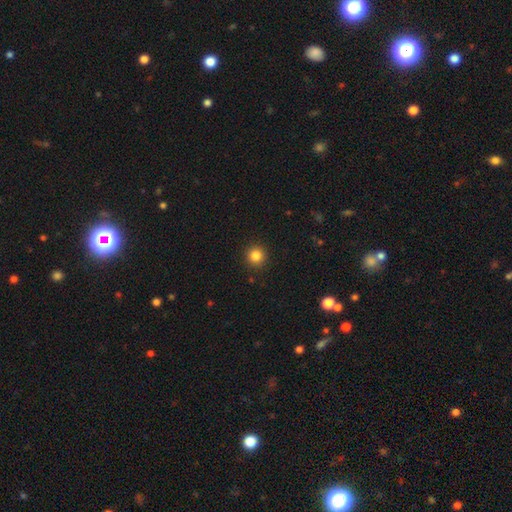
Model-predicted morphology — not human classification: smooth 83%, star or artifact 12%, featured or disk 5%. Down the decision tree: how rounded — round (94%); merging — none (92%).